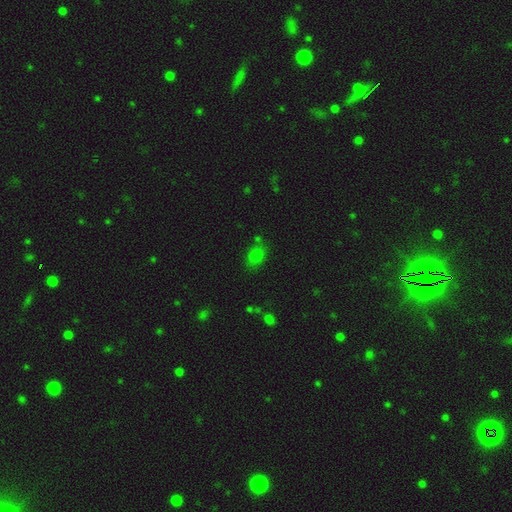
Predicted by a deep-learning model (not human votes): This appears to be a smooth galaxy with no disk features (75%) that is in between round and cigar-shaped (62%). Merging: none (71%).